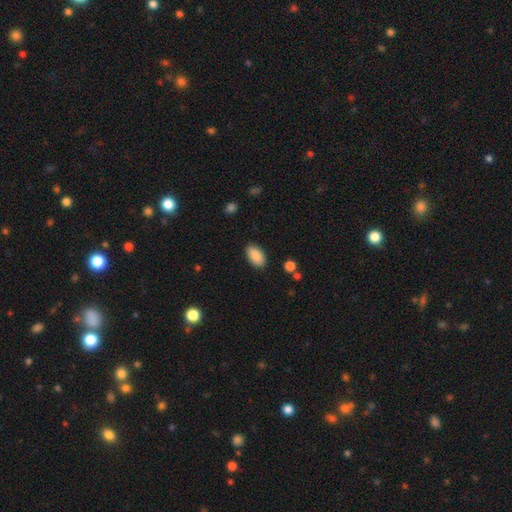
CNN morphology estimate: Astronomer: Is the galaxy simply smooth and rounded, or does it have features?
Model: smooth — 88%.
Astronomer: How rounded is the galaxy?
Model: in between — 94%.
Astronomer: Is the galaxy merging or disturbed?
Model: none — 87%.